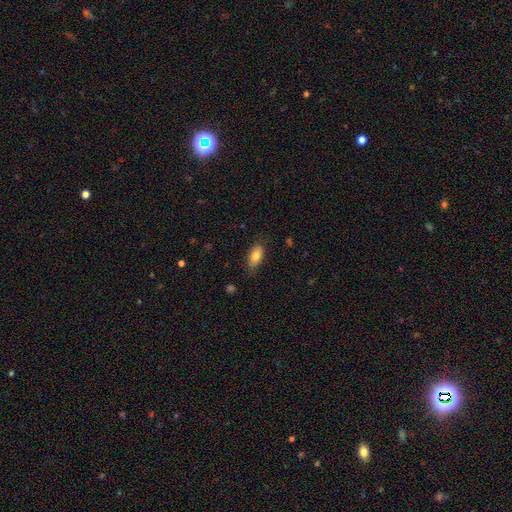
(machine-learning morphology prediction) smooth 81%, featured or disk 11%, star or artifact 7%. Down the decision tree: how rounded — in between (89%); merging — none (81%).